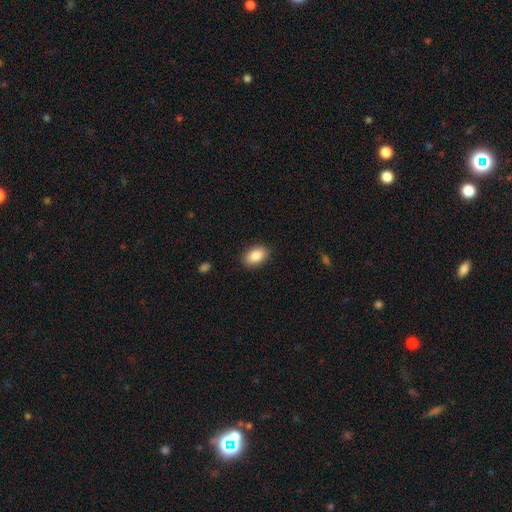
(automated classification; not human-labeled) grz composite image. It shows a smooth galaxy with no disk features (88%) that is in between round and cigar-shaped (89%). Merging: none (88%).